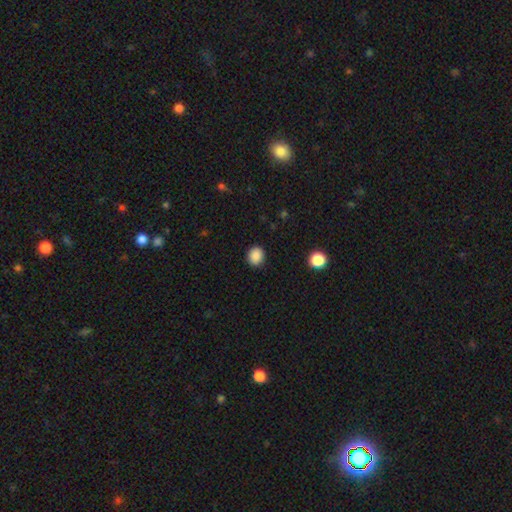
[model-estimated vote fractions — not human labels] The model was most divided on "how rounded": round: 70%, in between: 29%, cigar-shaped: 1%. More confident: merging — none (90%); smooth or featured — smooth (88%).